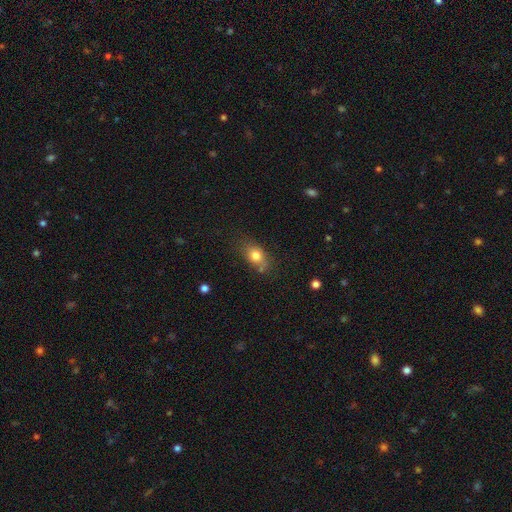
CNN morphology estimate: A smooth galaxy with no disk features (79%) that is in between round and cigar-shaped (70%).

Vote fractions:
- Smooth or featured? smooth: 79% / featured or disk: 11% / star or artifact: 10%
- How rounded? in between: 70% / round: 27% / cigar-shaped: 3%
- Merging? none: 64% / minor disturbance: 23% / major disturbance: 6% / merger: 6%